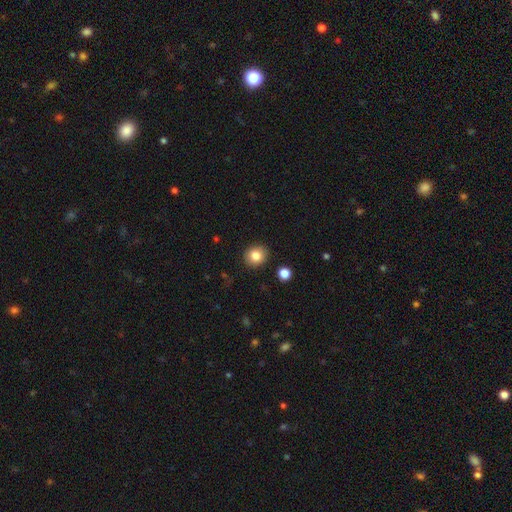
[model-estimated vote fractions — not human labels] This is clearly a smooth galaxy (83%). How rounded: clearly round (80%). Merging: clearly none (90%).